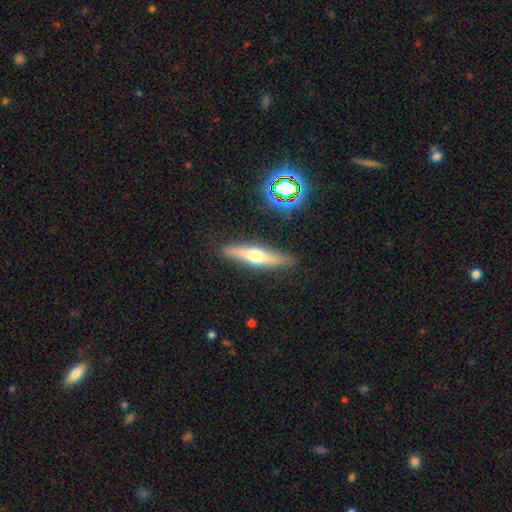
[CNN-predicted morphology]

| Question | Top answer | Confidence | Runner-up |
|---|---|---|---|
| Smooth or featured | featured or disk | 57% | smooth (36%) |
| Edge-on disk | yes | 93% | no (7%) |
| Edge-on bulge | rounded | 92% | none (4%) |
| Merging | none | 88% | minor disturbance (8%) |